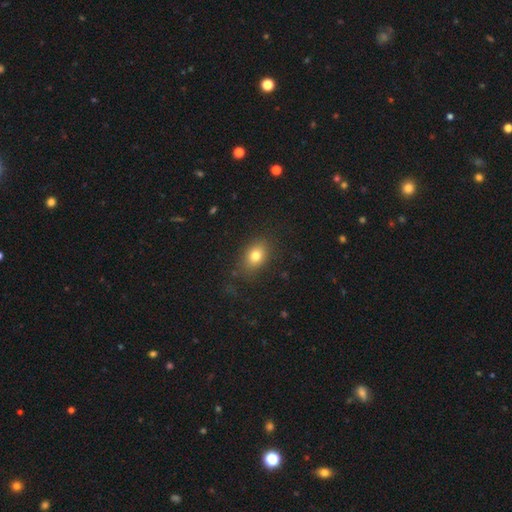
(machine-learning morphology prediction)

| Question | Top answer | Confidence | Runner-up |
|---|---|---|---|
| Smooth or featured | smooth | 78% | star or artifact (11%) |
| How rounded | in between | 69% | round (29%) |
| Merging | none | 80% | minor disturbance (13%) |